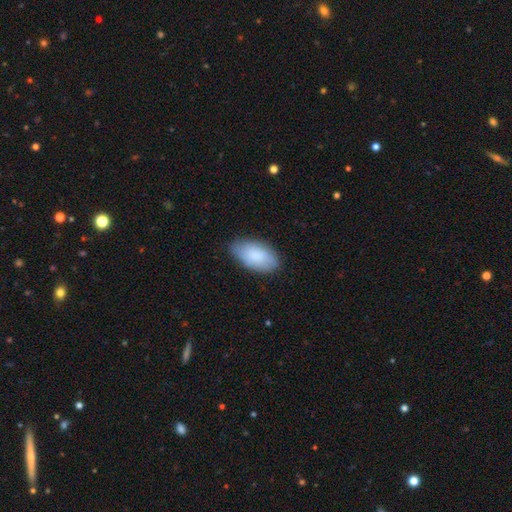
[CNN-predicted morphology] type=smooth (83%); roundness=in between (95%); merging=none (78%).